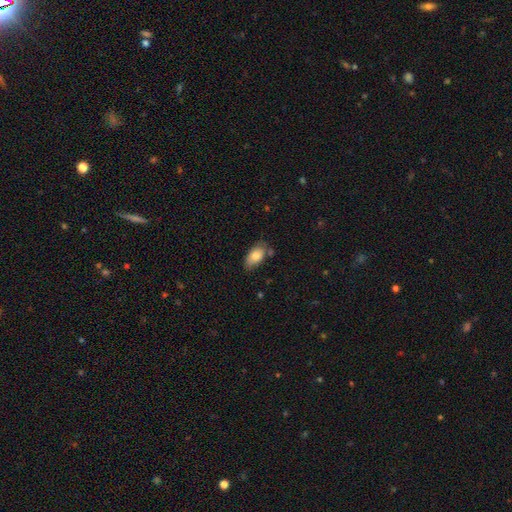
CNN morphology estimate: smooth_or_featured: smooth (p=0.79) [alt: featured or disk p=0.14]
how_rounded: in between (p=0.92) [alt: round p=0.05]
merging: none (p=0.62) [alt: minor disturbance p=0.27]